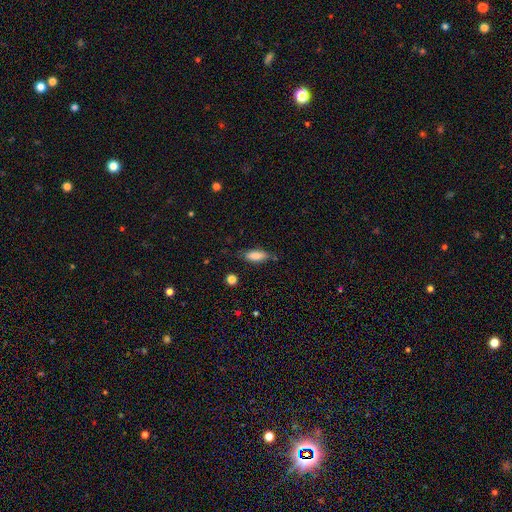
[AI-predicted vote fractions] A smooth galaxy with no disk features (81%) that is in between round and cigar-shaped (70%).

Vote fractions:
- Smooth or featured? smooth: 81% / featured or disk: 12% / star or artifact: 7%
- How rounded? in between: 70% / cigar-shaped: 28% / round: 2%
- Merging? none: 69% / minor disturbance: 23% / major disturbance: 5% / merger: 3%